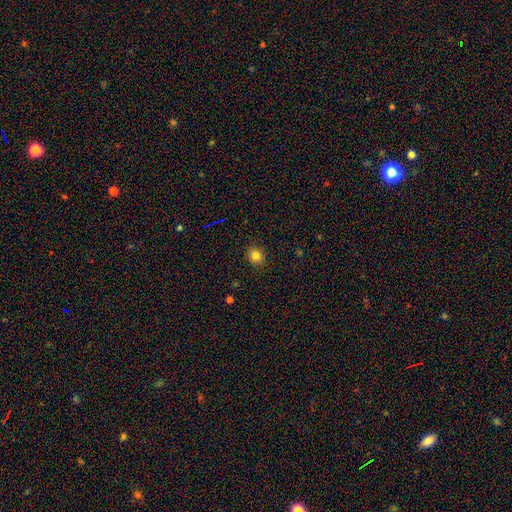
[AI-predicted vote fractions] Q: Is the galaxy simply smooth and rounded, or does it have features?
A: smooth — 82%.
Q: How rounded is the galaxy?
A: round — 64%.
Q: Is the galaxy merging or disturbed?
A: none — 90%.